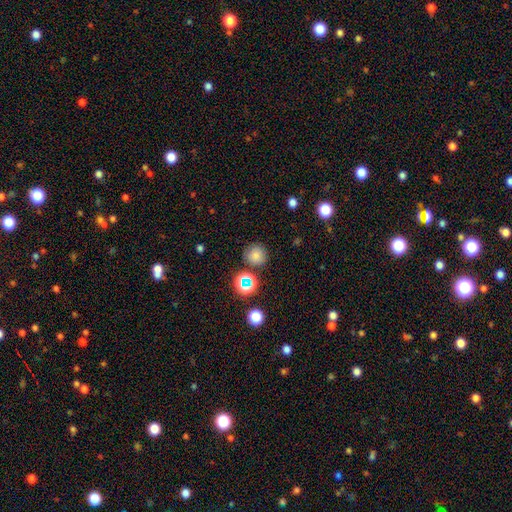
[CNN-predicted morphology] Overall: smooth (75%). How rounded: round (92%). Merging: none (82%).